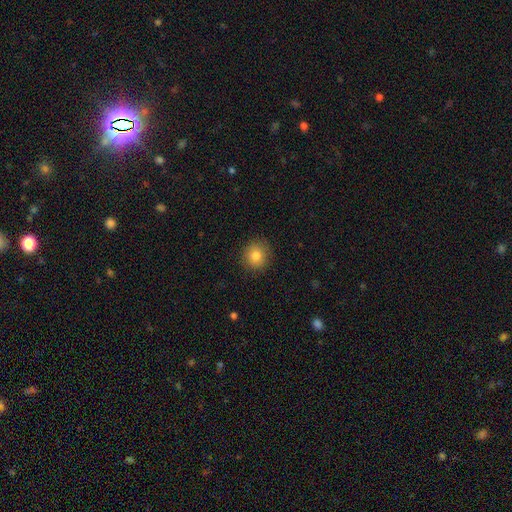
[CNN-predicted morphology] This appears to be a smooth galaxy with no disk features (83%) that is round (87%). Merging: none (88%).